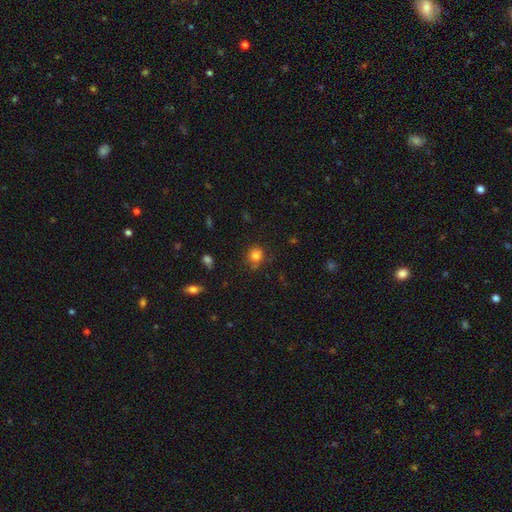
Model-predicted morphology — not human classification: Smooth or featured? smooth (81%)
How rounded? round (79%)
Merging? none (70%)